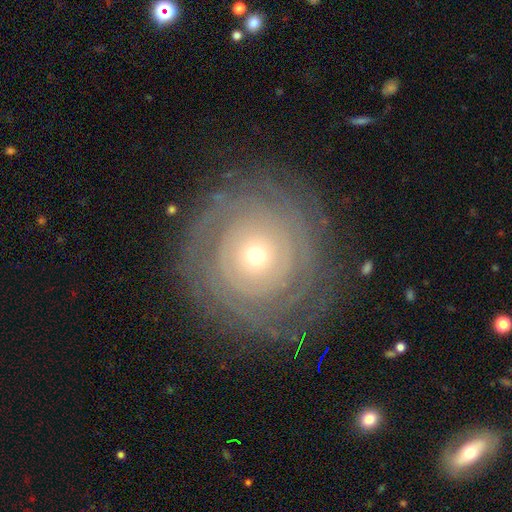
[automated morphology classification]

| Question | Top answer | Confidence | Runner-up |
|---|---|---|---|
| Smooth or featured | featured or disk | 77% | smooth (15%) |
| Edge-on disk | no | 97% | yes (3%) |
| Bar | no | 86% | weak (10%) |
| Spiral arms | yes | 88% | no (12%) |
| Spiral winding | tight | 88% | medium (9%) |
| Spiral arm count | can't tell | 43% | more than 4 (14%) |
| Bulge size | small | 64% | moderate (32%) |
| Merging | none | 83% | minor disturbance (11%) |